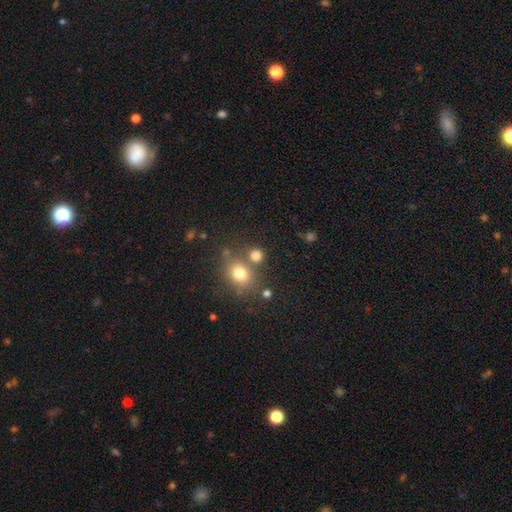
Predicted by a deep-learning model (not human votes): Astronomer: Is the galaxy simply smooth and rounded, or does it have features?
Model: smooth — 78%.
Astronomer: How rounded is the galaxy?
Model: round — 78%.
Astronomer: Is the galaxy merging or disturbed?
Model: none — 63%.